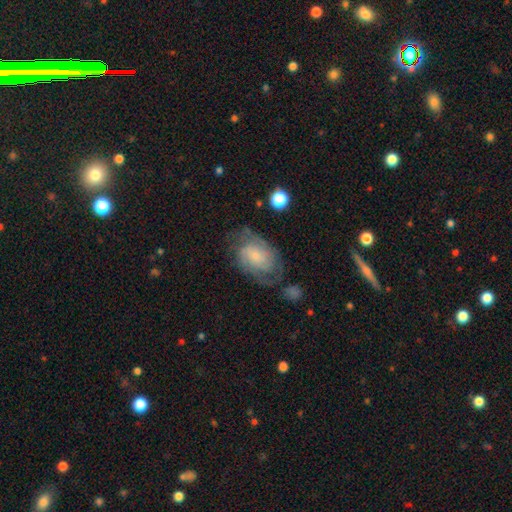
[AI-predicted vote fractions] Overall: featured or disk (64%; smooth 28%). Edge-on disk: no (97%). Bar: no (68%). Spiral arms: yes (86%). Spiral arm count: 2 (42%; can't tell 35%). Spiral winding: tight (44%; medium 40%). Bulge size: small (68%). Merging: none (54%; minor disturbance 25%).